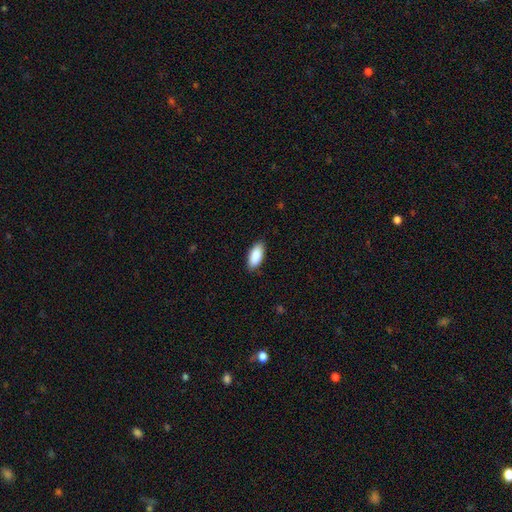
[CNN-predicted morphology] smooth-or-featured: smooth: 90% | star or artifact: 6% | featured or disk: 4%
  how-rounded: in between: 90% | cigar-shaped: 8% | round: 2%
  merging: none: 87% | minor disturbance: 10% | major disturbance: 2% | merger: 1%